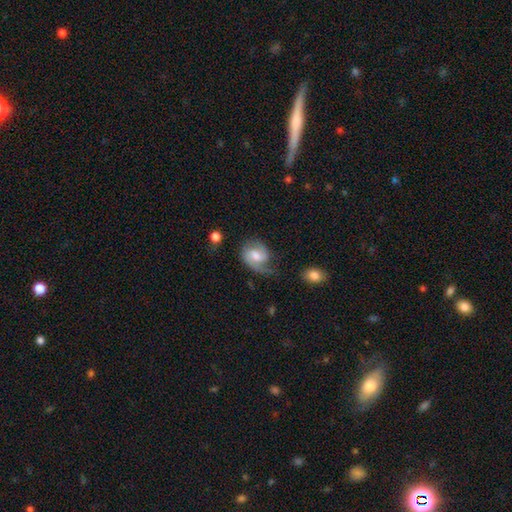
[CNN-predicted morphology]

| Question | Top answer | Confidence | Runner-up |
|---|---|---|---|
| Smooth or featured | featured or disk | 74% | smooth (20%) |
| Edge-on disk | no | 97% | yes (3%) |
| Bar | weak | 47% | no (43%) |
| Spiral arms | yes | 95% | no (5%) |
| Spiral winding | medium | 47% | tight (29%) |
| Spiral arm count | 2 | 63% | 1 (29%) |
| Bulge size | moderate | 56% | small (19%) |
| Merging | none | 53% | minor disturbance (26%) |